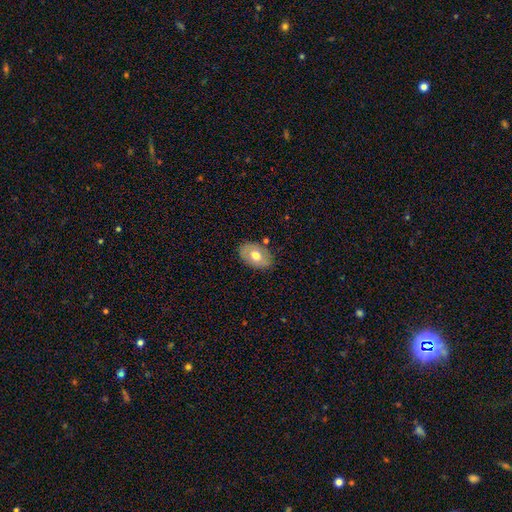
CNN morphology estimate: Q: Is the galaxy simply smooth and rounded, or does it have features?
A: smooth — 60%.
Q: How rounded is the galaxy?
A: in between — 84%.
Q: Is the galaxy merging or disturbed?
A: none — 81%.